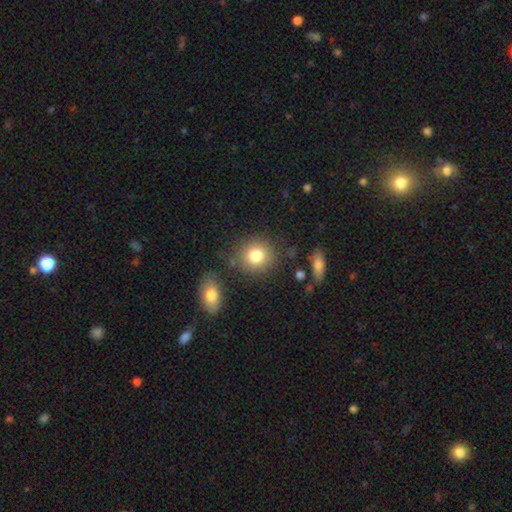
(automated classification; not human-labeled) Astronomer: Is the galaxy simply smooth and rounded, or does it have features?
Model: smooth — 82%.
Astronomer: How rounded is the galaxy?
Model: round — 83%.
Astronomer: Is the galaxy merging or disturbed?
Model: none — 79%.